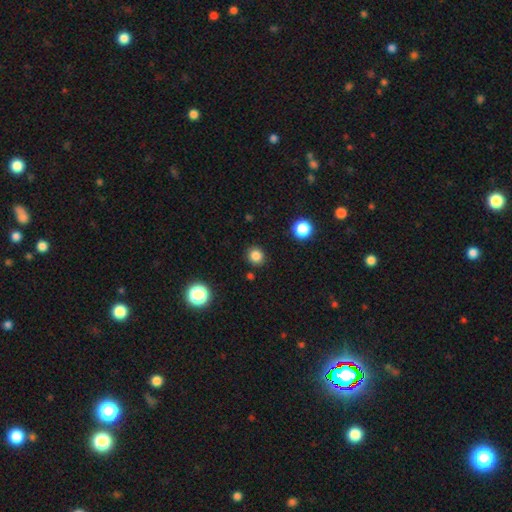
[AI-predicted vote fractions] This is clearly a smooth galaxy (83%). How rounded: clearly round (88%). Merging: clearly none (89%).